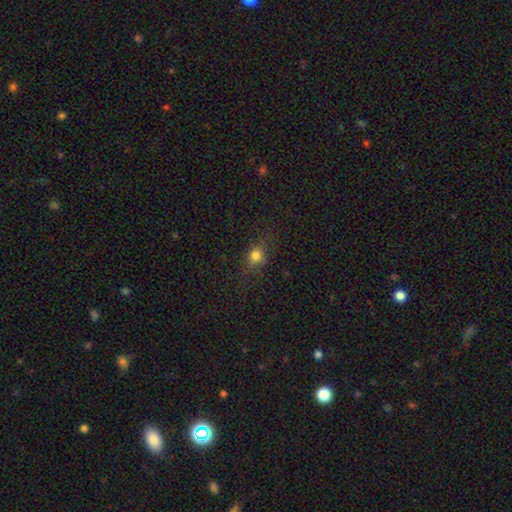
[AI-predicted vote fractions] smooth-or-featured: smooth: 74% | star or artifact: 17% | featured or disk: 9%
  how-rounded: round: 59% | in between: 38% | cigar-shaped: 3%
  merging: none: 73% | minor disturbance: 17% | major disturbance: 8% | merger: 2%